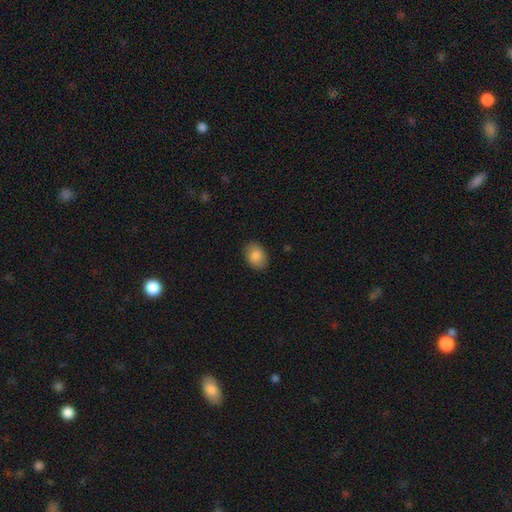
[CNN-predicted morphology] smooth 87%, star or artifact 7%, featured or disk 6%. Down the decision tree: how rounded — in between (71%); merging — none (87%).